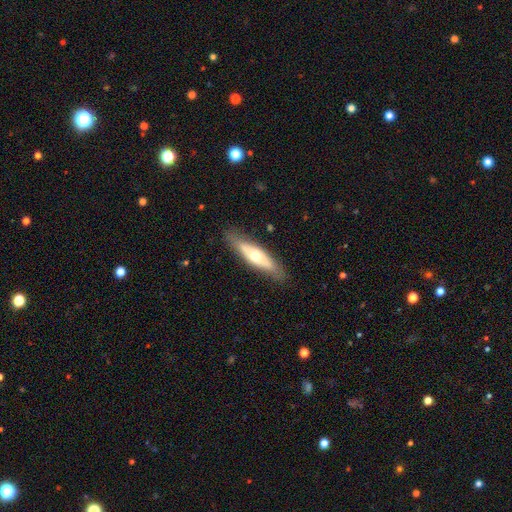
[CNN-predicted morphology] featured or disk 48%, smooth 47%, star or artifact 5%. Down the decision tree: merging — none (82%).